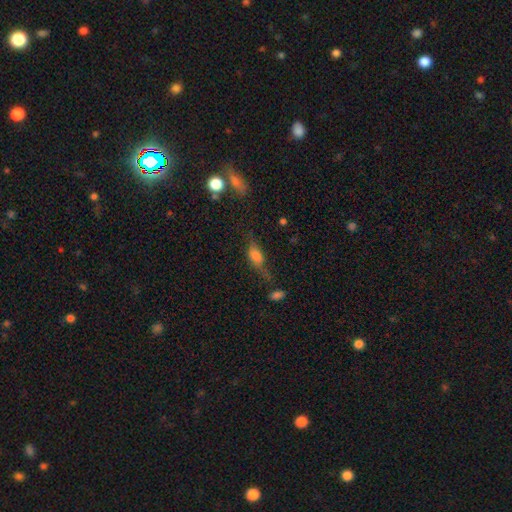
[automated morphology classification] Smooth or featured? Predicted: smooth (p=0.56). How rounded? Predicted: in between (p=0.70). Merging? Predicted: none (p=0.44).